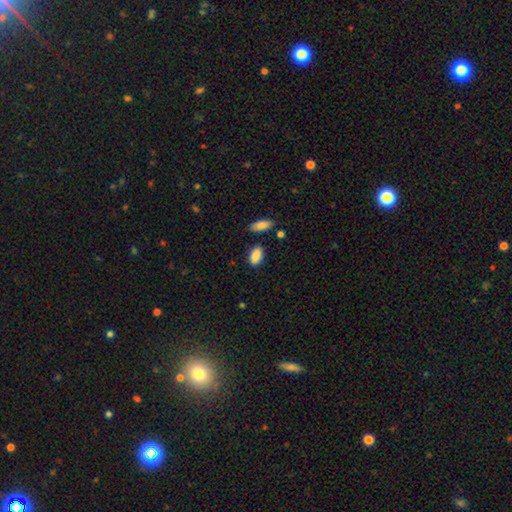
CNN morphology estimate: This appears to be a smooth galaxy with no disk features (88%) that is in between round and cigar-shaped (91%). Merging: none (82%).